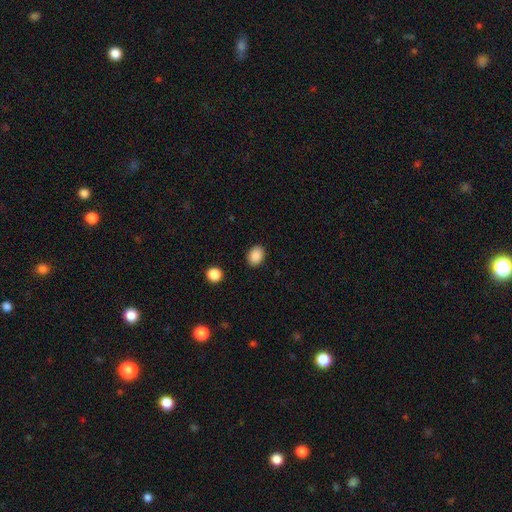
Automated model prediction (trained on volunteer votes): Overall: smooth (88%). How rounded: in between (66%; round 33%). Merging: none (88%).